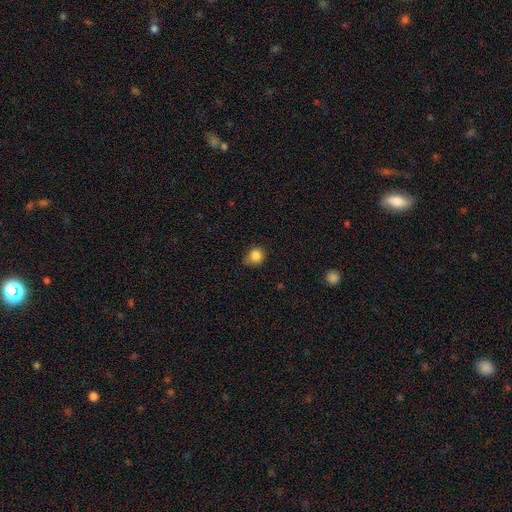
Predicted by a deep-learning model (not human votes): Smooth or featured?
  - smooth: 84% *
  - star or artifact: 10%
  - featured or disk: 6%
How rounded?
  - round: 75% *
  - in between: 24%
  - cigar-shaped: 1%
Merging?
  - none: 58% *
  - minor disturbance: 34%
  - major disturbance: 6%
  - merger: 2%